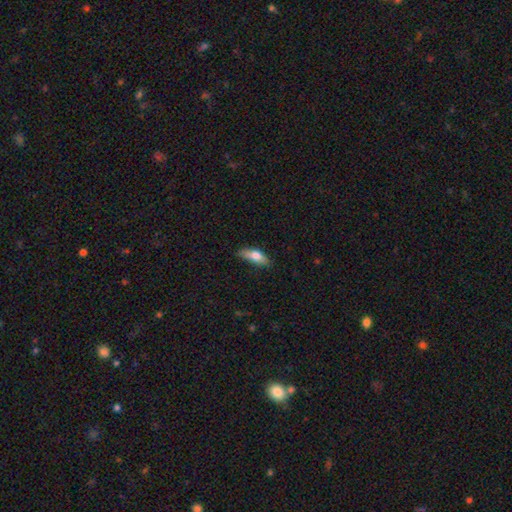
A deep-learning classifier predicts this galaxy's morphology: This appears to be a smooth galaxy with no disk features (70%) that is in between round and cigar-shaped (62%). Merging: none (64%).